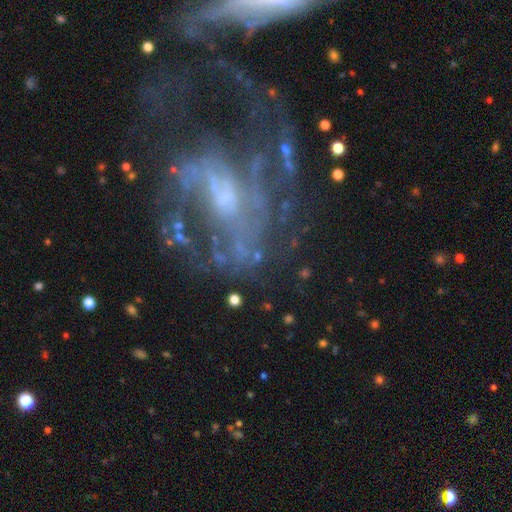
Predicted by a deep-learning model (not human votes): Smooth or featured? Predicted: featured or disk (p=0.65). Edge-on disk? Predicted: no (p=0.94). Bar? Predicted: no (p=0.52). Spiral arms? Predicted: yes (p=0.66). Bulge size? Predicted: small (p=0.40). Merging? Predicted: none (p=0.54).